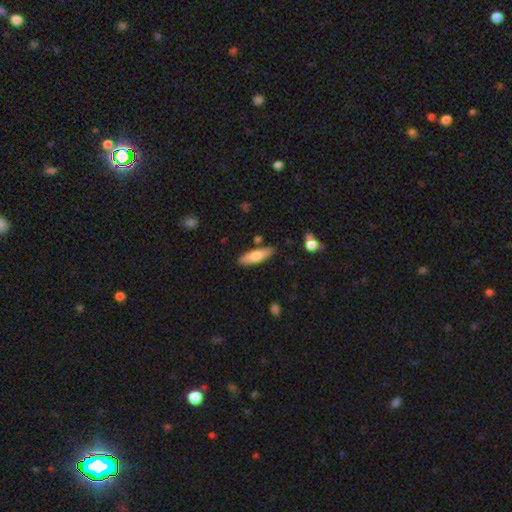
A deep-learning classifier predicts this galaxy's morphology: The model was most divided on "how rounded": cigar-shaped: 56%, in between: 42%, round: 2%. More confident: merging — none (83%); smooth or featured — smooth (68%).